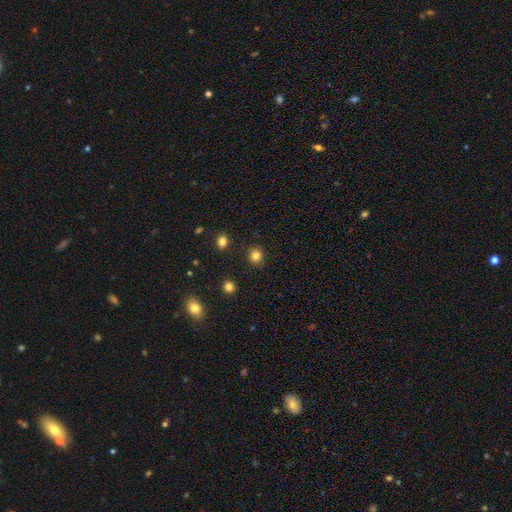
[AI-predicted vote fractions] Smooth or featured? smooth (83%)
How rounded? round (85%)
Merging? none (89%)